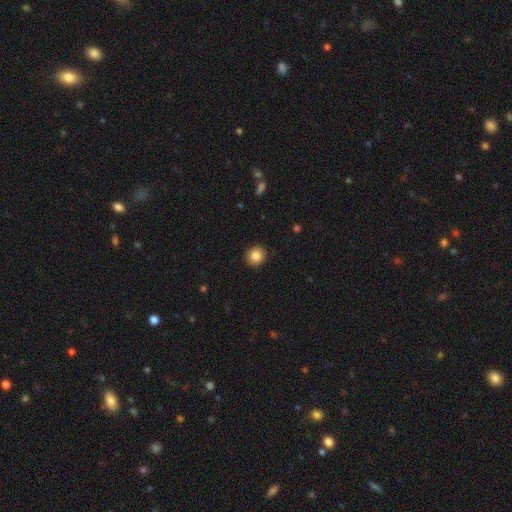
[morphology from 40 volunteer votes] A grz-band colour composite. It shows a smooth galaxy with no disk features (88%) that is round (91%). Merging: none (95%).